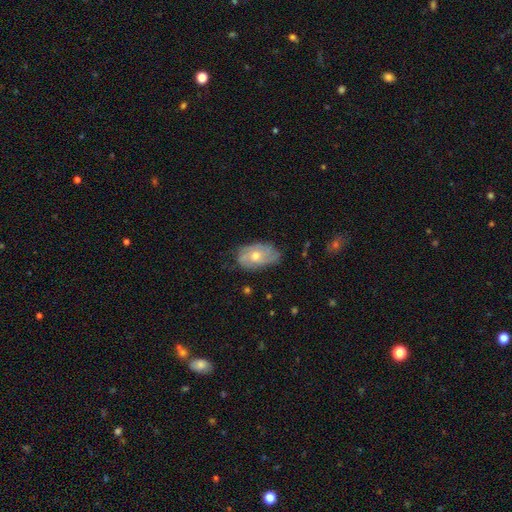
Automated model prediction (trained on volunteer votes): Smooth or featured: featured or disk — 62% (smooth — 31%)
Edge-on disk: no — 93% (yes — 7%)
Bar: no — 80% (weak — 17%)
Spiral arms: yes — 77% (no — 23%)
Bulge size: moderate — 67% (small — 28%)
Merging: none — 67% (minor disturbance — 25%)